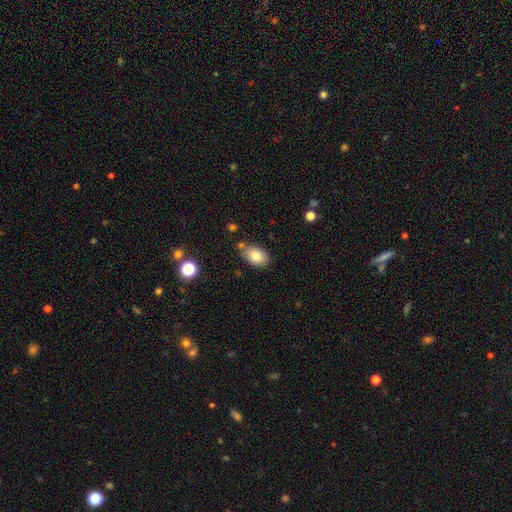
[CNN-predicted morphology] smooth 80%, featured or disk 11%, star or artifact 8%. Down the decision tree: how rounded — in between (85%); merging — none (73%).